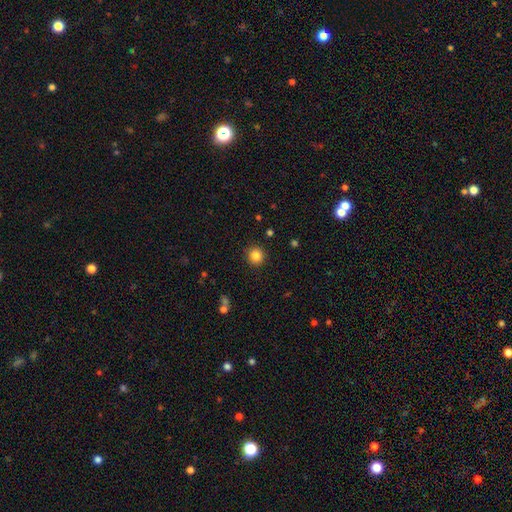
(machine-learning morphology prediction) Overall: smooth (84%). How rounded: round (94%). Merging: none (91%).